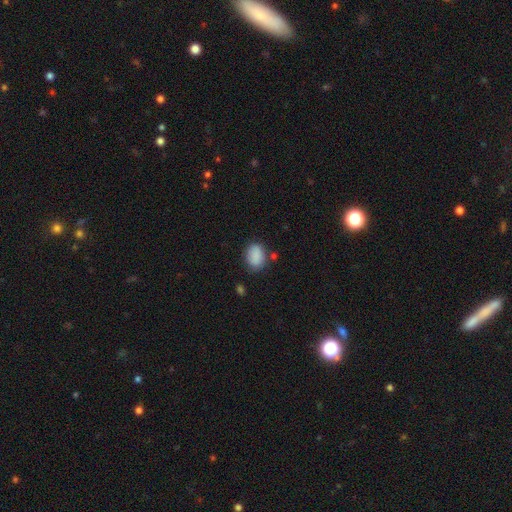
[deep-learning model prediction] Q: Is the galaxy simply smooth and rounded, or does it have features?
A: smooth — 88%.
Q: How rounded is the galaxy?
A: in between — 76%.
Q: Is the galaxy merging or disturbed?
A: none — 76%.